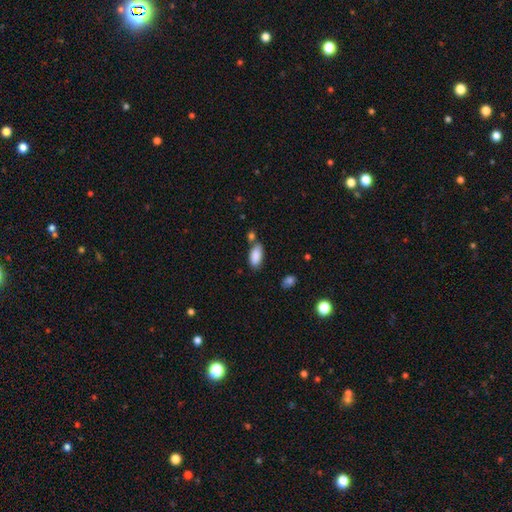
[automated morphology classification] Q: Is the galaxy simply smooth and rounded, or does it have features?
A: smooth — 88%.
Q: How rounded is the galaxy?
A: in between — 90%.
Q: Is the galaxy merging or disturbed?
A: none — 66%.